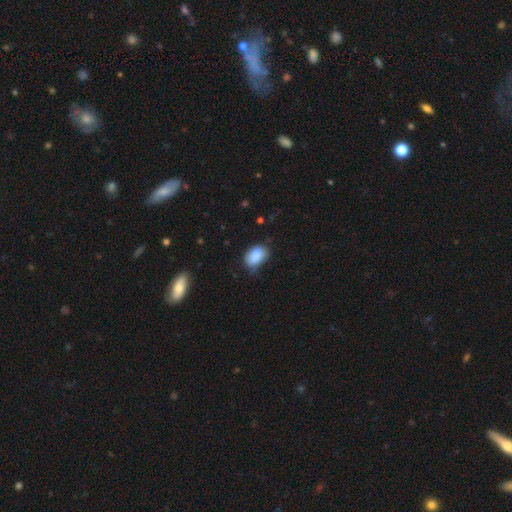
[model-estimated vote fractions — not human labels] The model was most divided on "merging": none: 59%, minor disturbance: 32%, major disturbance: 7%, merger: 3%. More confident: smooth or featured — smooth (86%); how rounded — in between (84%).